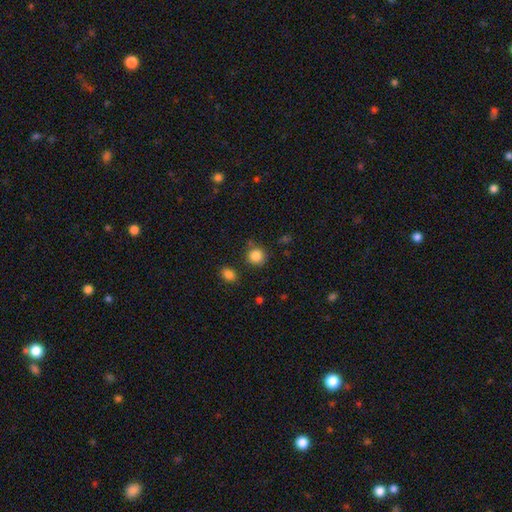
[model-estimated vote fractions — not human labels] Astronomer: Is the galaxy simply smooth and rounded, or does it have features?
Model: smooth — 86%.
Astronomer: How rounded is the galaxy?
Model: round — 88%.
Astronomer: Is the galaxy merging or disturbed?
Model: none — 80%.